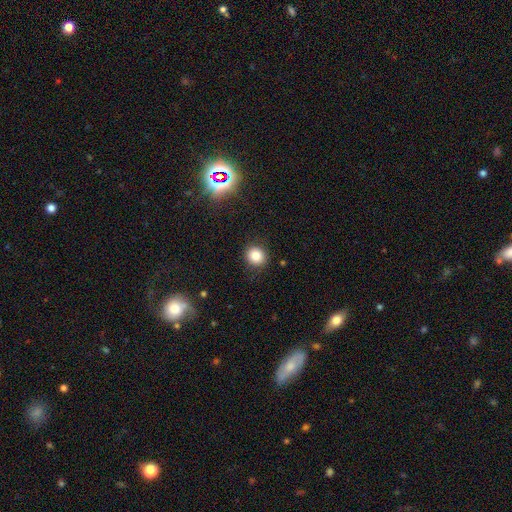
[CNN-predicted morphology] Smooth or featured? Predicted: smooth (p=0.82). How rounded? Predicted: round (p=0.85). Merging? Predicted: none (p=0.90).